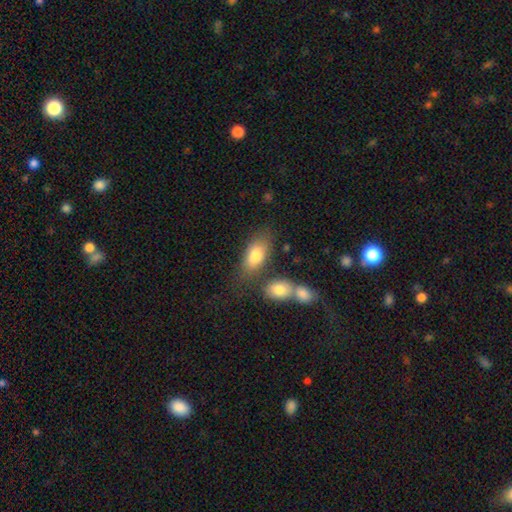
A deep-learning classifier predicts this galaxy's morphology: type=smooth (78%); roundness=in between (87%); merging=none (59%).